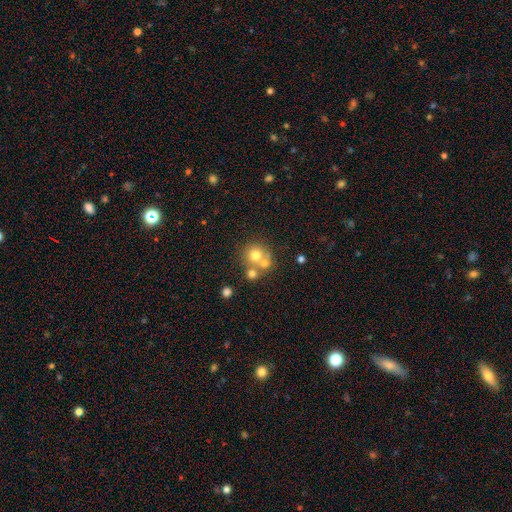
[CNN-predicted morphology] type=smooth (66%); roundness=round (87%); merging=none (47%).